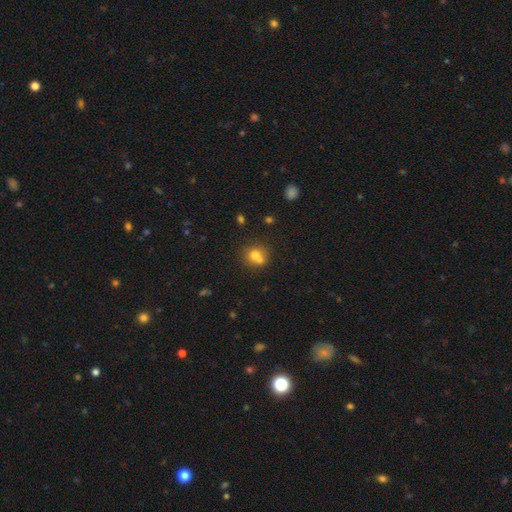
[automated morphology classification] Overall: smooth (70%). How rounded: round (75%). Merging: merger (48%; none 39%).